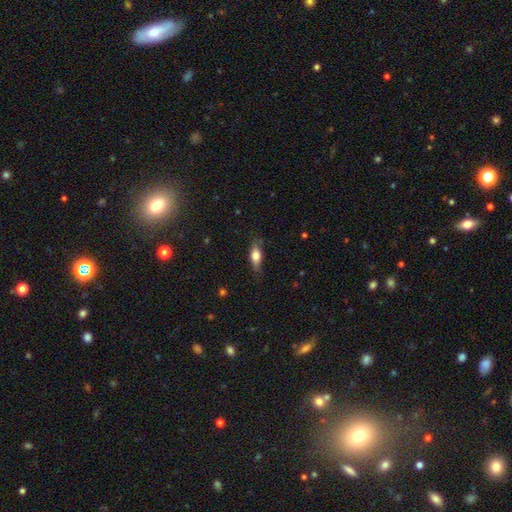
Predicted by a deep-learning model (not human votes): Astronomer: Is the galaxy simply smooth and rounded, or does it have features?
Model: smooth — 68%.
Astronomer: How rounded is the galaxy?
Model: in between — 65%.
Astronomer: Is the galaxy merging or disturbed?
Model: none — 74%.